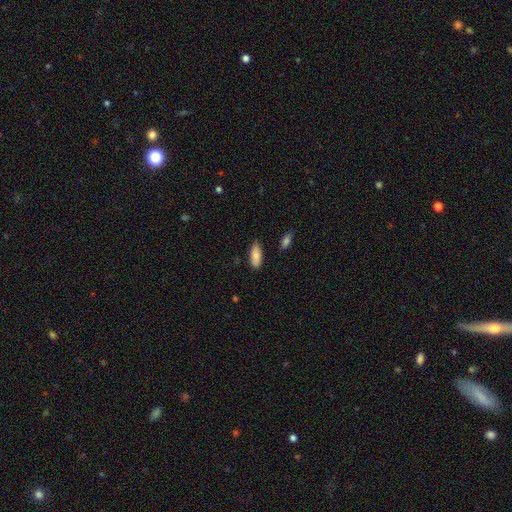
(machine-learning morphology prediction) This appears to be a smooth galaxy with no disk features (85%) that is in between round and cigar-shaped (81%). Merging: none (80%).